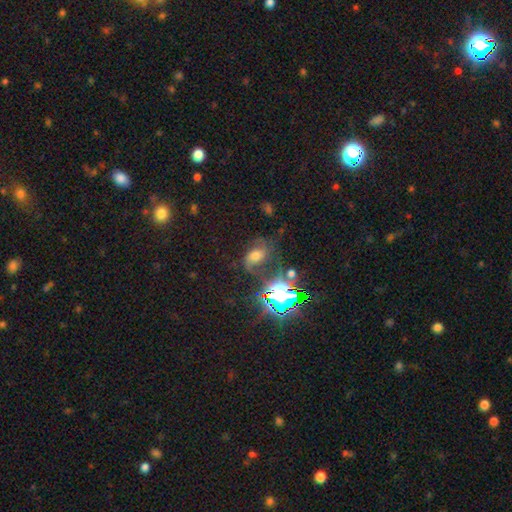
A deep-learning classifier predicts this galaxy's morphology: Overall: featured or disk (46%; star or artifact 27%). Merging: none (48%; major disturbance 24%).